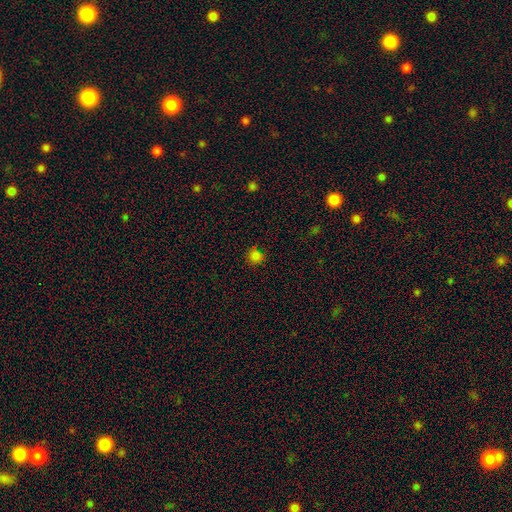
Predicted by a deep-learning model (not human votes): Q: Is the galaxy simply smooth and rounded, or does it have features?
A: smooth — 79%.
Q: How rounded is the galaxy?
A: round — 90%.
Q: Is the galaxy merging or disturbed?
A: none — 81%.